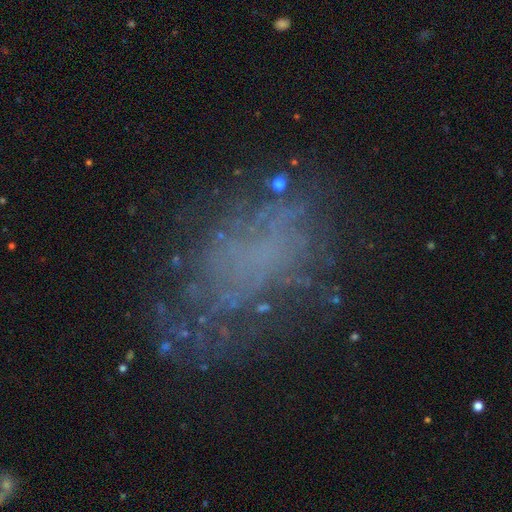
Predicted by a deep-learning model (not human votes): smooth_or_featured: smooth (p=0.42) [alt: featured or disk p=0.35]
merging: none (p=0.56) [alt: major disturbance p=0.21]